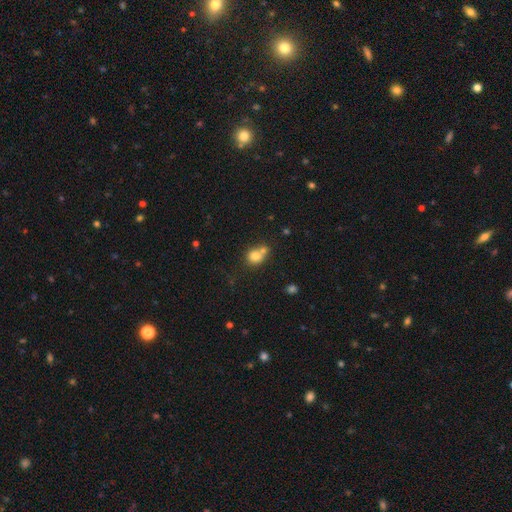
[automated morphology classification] Smooth or featured: smooth — 78% (star or artifact — 11%)
How rounded: round — 72% (in between — 27%)
Merging: merger — 45% (none — 40%)